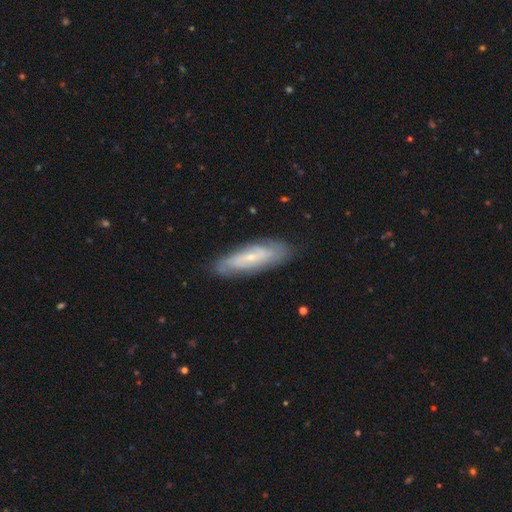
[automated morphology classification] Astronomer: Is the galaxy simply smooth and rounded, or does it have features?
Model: featured or disk — 54% (runner-up: smooth, 37%).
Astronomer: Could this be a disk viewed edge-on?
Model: no — 64%.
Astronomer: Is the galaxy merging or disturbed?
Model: none — 84%.